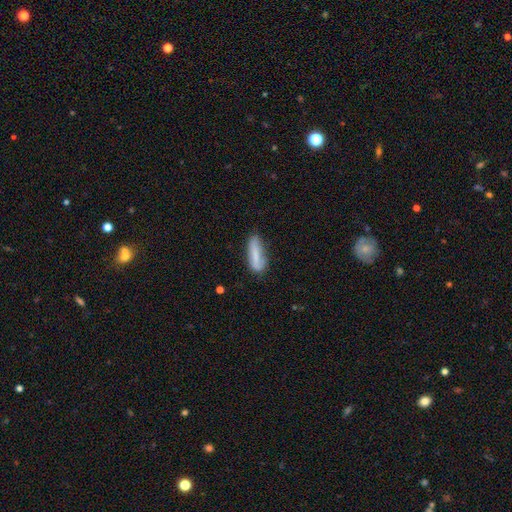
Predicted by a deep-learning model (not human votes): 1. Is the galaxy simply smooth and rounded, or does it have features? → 72% smooth, 21% featured or disk, 7% star or artifact.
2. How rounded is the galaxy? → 50% in between, 47% cigar-shaped, 2% round.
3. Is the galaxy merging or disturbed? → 56% none, 30% minor disturbance, 10% major disturbance, 4% merger.